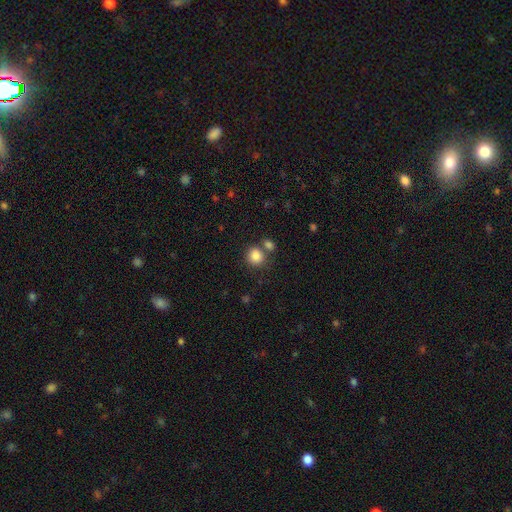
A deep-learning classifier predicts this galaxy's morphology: smooth_or_featured: smooth (p=0.85) [alt: star or artifact p=0.09]
how_rounded: round (p=0.80) [alt: in between p=0.20]
merging: none (p=0.62) [alt: merger p=0.24]